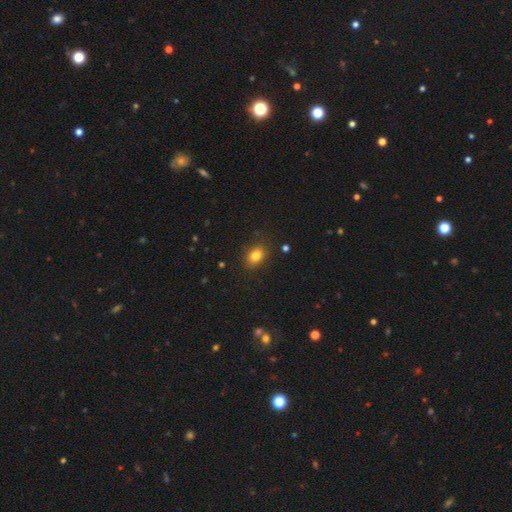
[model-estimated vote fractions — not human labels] The model was most divided on "how rounded": in between: 72%, round: 27%, cigar-shaped: 1%. More confident: merging — none (84%); smooth or featured — smooth (82%).